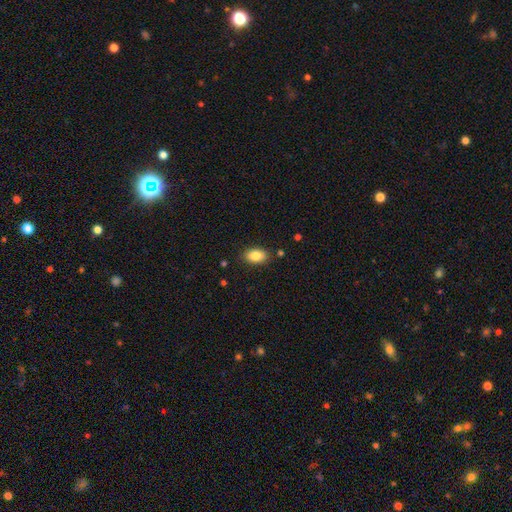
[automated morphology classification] Smooth or featured? smooth (85%)
How rounded? in between (90%)
Merging? none (86%)